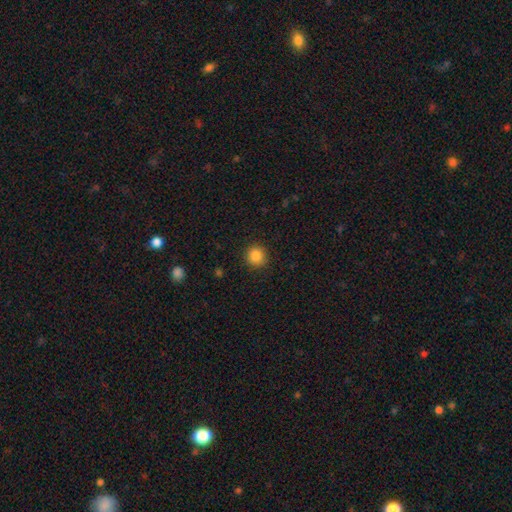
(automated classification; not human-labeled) The model was most divided on "smooth or featured": smooth: 86%, star or artifact: 10%, featured or disk: 4%. More confident: how rounded — round (93%); merging — none (91%).